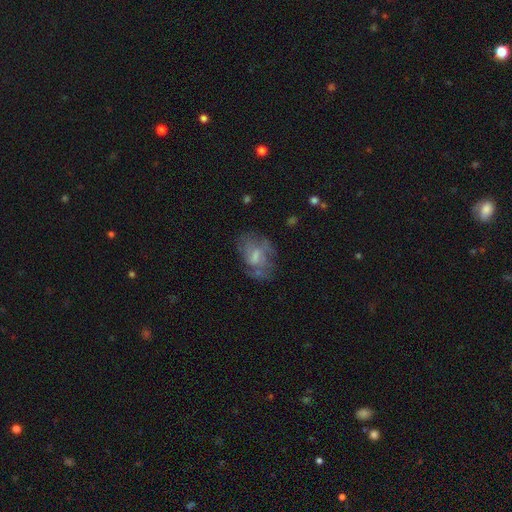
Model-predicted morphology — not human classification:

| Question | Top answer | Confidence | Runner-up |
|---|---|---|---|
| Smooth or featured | featured or disk | 56% | smooth (34%) |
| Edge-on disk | no | 96% | yes (4%) |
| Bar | no | 49% | weak (44%) |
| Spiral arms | yes | 59% | no (41%) |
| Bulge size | moderate | 37% | small (31%) |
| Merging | none | 53% | minor disturbance (24%) |